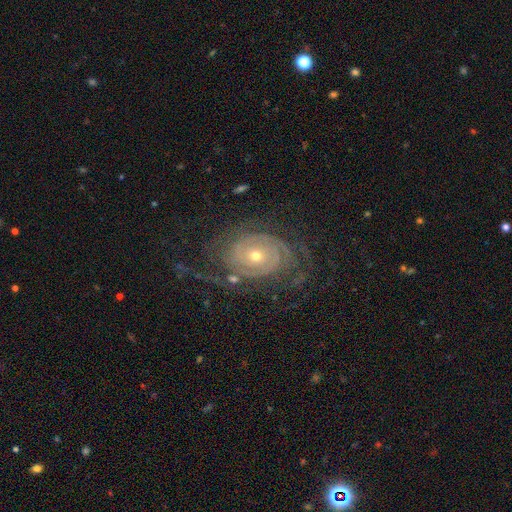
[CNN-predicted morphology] Q: Smooth or featured?
A: featured or disk (87%); runner-up: star or artifact (7%)
Q: Edge-on disk?
A: no (96%); runner-up: yes (4%)
Q: Bar?
A: no (78%); runner-up: weak (16%)
Q: Spiral arms?
A: yes (95%); runner-up: no (5%)
Q: Spiral winding?
A: tight (74%); runner-up: medium (20%)
Q: Spiral arm count?
A: can't tell (31%); runner-up: 2 (29%)
Q: Bulge size?
A: small (55%); runner-up: moderate (42%)
Q: Merging?
A: none (67%); runner-up: minor disturbance (17%)